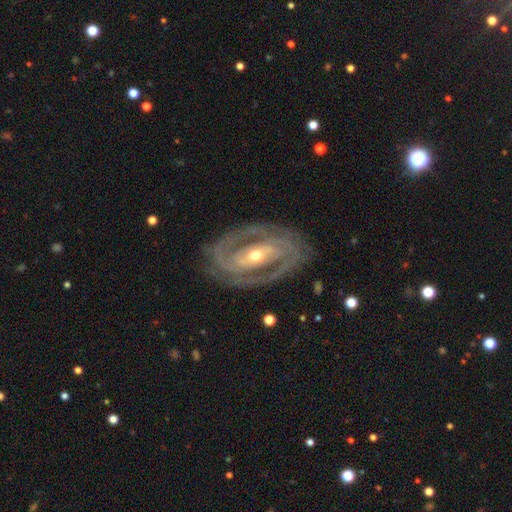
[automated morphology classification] This appears to be a featured or disk galaxy (91%) with a strong bar (40%), 2 (71%) tight (65%) spiral arms (95%) and a moderate central bulge (60%). Merging: none (81%).